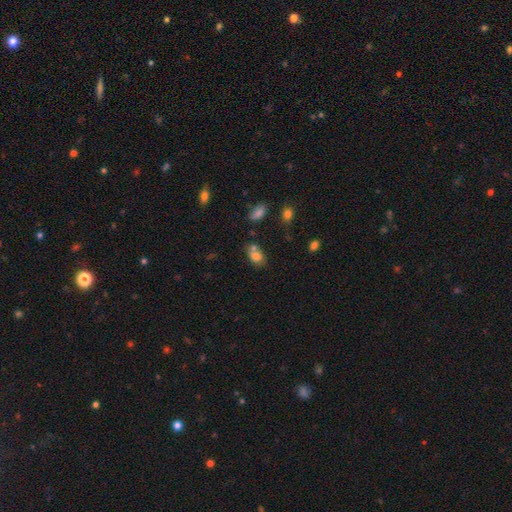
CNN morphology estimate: Q: Smooth or featured?
A: smooth (76%); runner-up: featured or disk (13%)
Q: How rounded?
A: in between (73%); runner-up: round (26%)
Q: Merging?
A: merger (41%); tied with: none (41%)